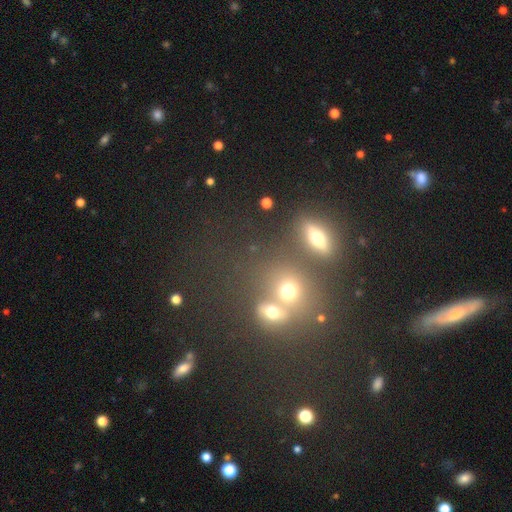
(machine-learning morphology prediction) smooth_or_featured: smooth (p=0.44) [alt: star or artifact p=0.37]
merging: none (p=0.45) [alt: merger p=0.40]